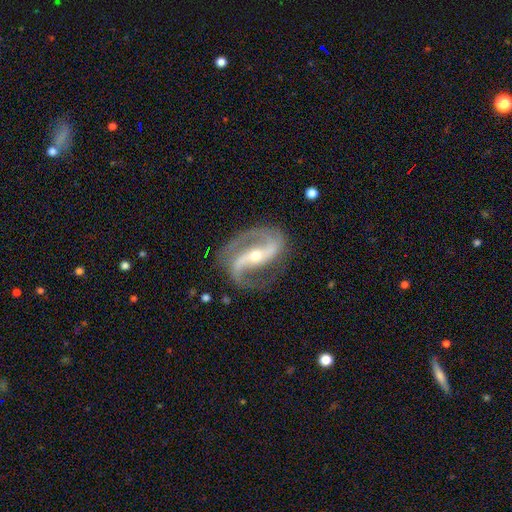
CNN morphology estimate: smooth_or_featured: featured or disk (p=0.92) [alt: star or artifact p=0.04]
disk_edge_on: no (p=0.97) [alt: yes p=0.03]
bar: strong (p=0.51) [alt: weak p=0.27]
has_spiral_arms: yes (p=0.98) [alt: no p=0.02]
spiral_winding: medium (p=0.50) [alt: loose p=0.37]
spiral_arm_count: 2 (p=0.93) [alt: 1 p=0.02]
bulge_size: small (p=0.51) [alt: moderate p=0.45]
merging: none (p=0.80) [alt: minor disturbance p=0.13]